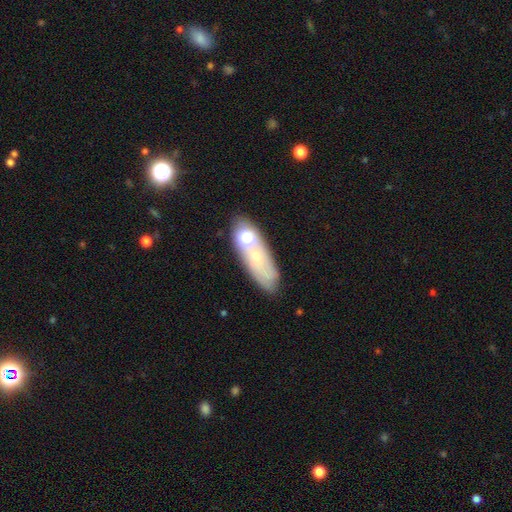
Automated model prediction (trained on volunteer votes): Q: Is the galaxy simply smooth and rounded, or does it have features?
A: smooth — 48%.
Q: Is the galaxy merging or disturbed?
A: none — 64%.